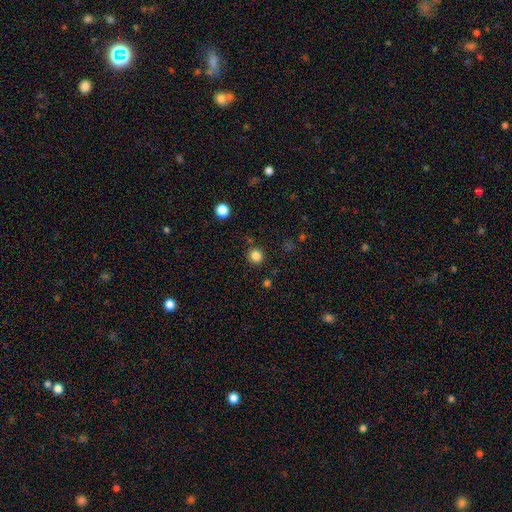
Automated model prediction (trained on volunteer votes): Overall: smooth (83%). How rounded: round (93%). Merging: none (88%).